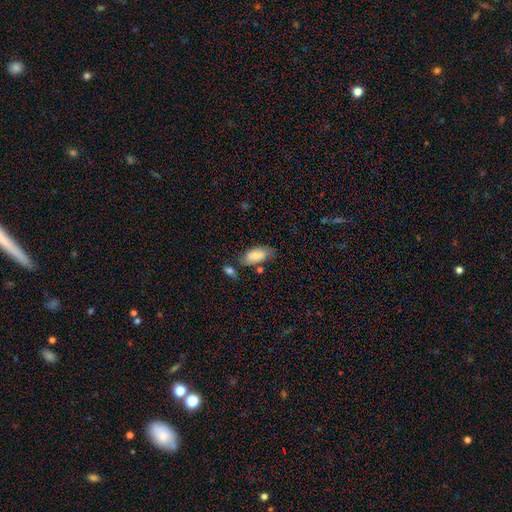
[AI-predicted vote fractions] This is likely a smooth galaxy (71%). How rounded: clearly in between (92%). Merging: possibly none (57%).